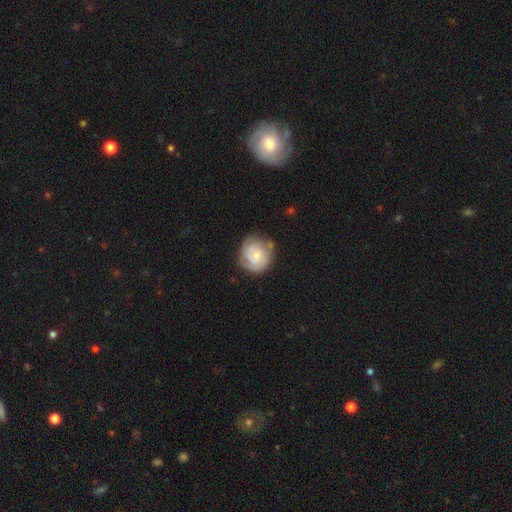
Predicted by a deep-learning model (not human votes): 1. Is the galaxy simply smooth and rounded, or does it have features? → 58% featured or disk, 35% smooth, 6% star or artifact.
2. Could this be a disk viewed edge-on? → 98% no, 2% yes.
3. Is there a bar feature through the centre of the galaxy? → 68% no, 28% weak, 4% strong.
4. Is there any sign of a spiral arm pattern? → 86% yes, 14% no.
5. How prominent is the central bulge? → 64% small, 26% moderate, 6% none, 2% large, 1% dominant.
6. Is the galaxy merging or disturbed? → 67% none, 23% minor disturbance, 8% major disturbance, 3% merger.